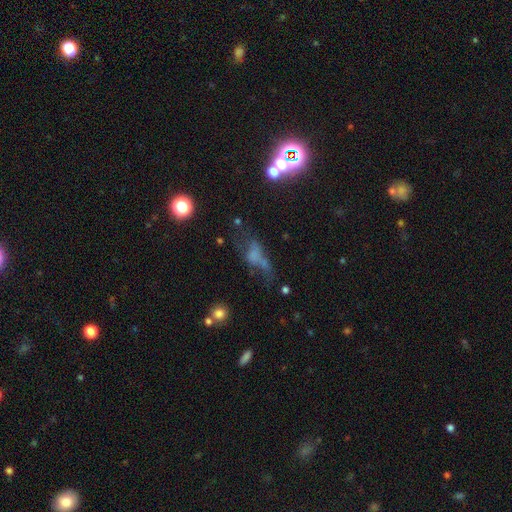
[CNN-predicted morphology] The model was most divided on "merging": major disturbance: 36%, none: 30%, minor disturbance: 20%, merger: 14%. Remaining: smooth or featured — smooth (40%).